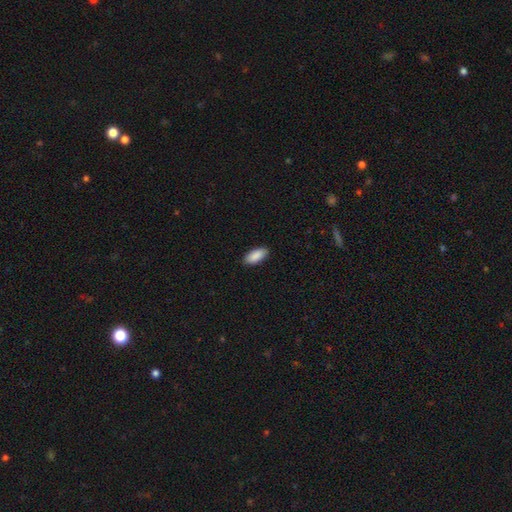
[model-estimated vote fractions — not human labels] Overall: smooth (90%). How rounded: in between (90%). Merging: none (89%).